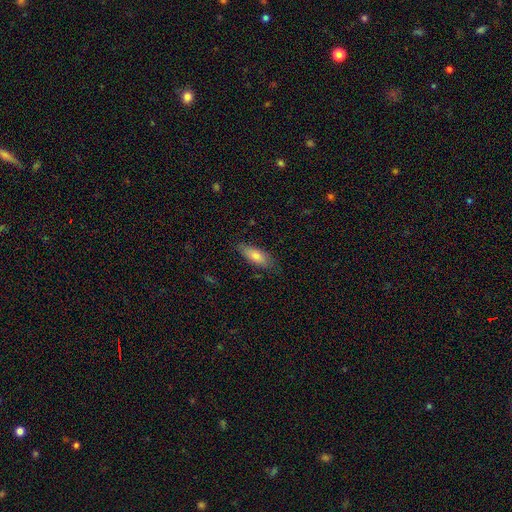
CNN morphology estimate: Smooth or featured?
  - smooth: 78% *
  - featured or disk: 15%
  - star or artifact: 7%
How rounded?
  - in between: 68% *
  - cigar-shaped: 30%
  - round: 2%
Merging?
  - none: 80% *
  - minor disturbance: 16%
  - major disturbance: 3%
  - merger: 1%